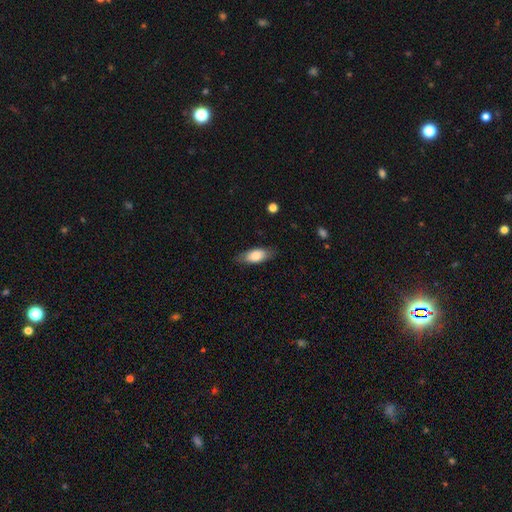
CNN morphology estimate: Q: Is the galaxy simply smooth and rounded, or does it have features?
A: smooth — 77%.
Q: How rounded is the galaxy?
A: in between — 84%.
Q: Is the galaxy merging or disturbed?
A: none — 81%.